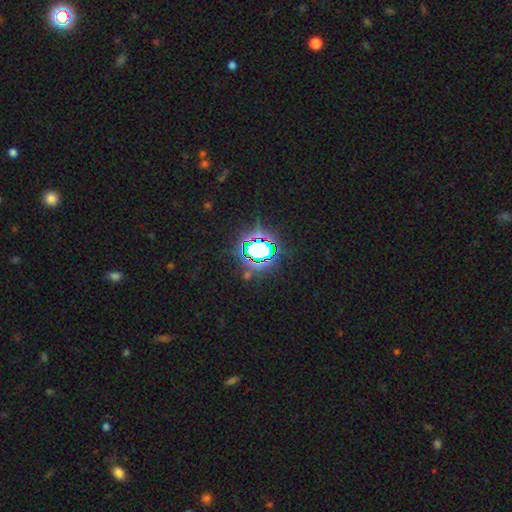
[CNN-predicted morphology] This is likely a star or artifact rather than a galaxy (72%).